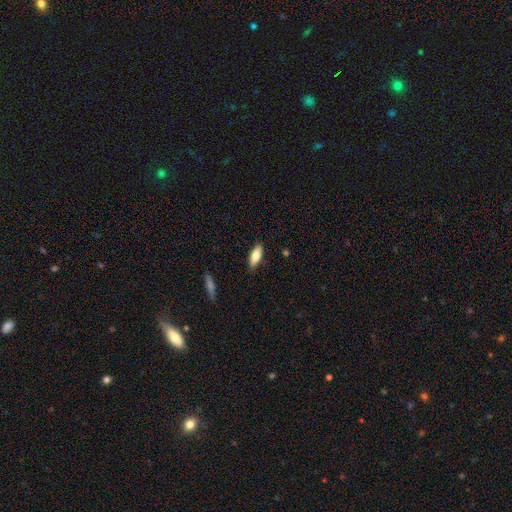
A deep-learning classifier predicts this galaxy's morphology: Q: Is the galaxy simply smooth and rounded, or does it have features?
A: smooth — 77%.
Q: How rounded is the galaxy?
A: in between — 70%.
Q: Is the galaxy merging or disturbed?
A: none — 86%.